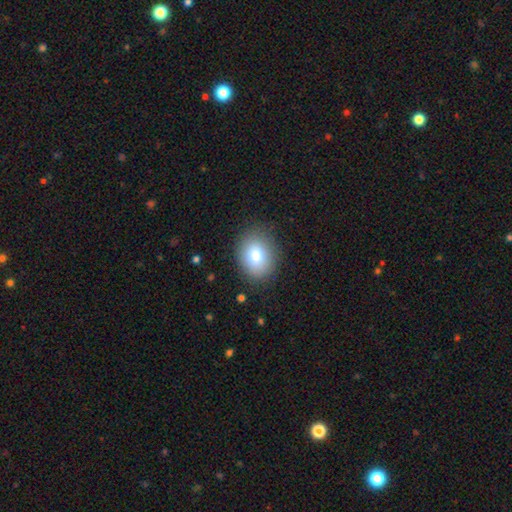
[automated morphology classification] type=smooth (79%); roundness=in between (51%); merging=none (84%).